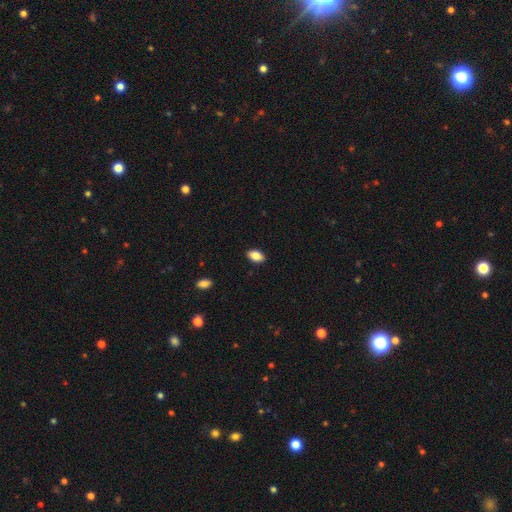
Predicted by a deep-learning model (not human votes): Overall: smooth (85%). How rounded: in between (92%). Merging: none (89%).